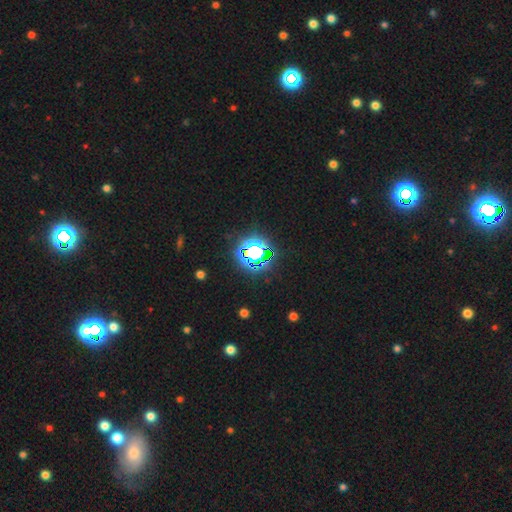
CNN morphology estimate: A star or artifact, not a galaxy (71%).

Vote fractions:
- Smooth or featured? star or artifact: 71% / smooth: 17% / featured or disk: 12%